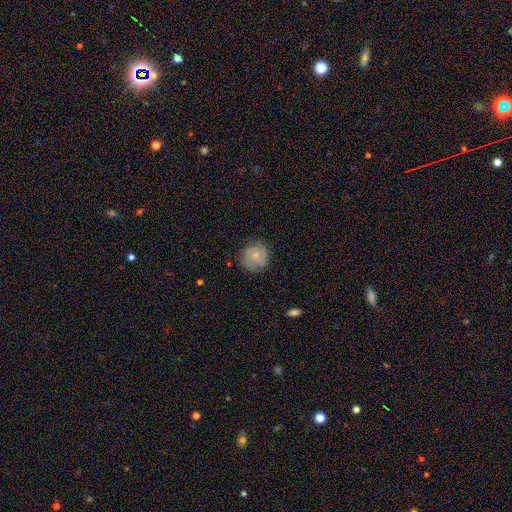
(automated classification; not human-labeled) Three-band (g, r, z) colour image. It shows a smooth galaxy with no disk features (47%). Merging: none (73%).